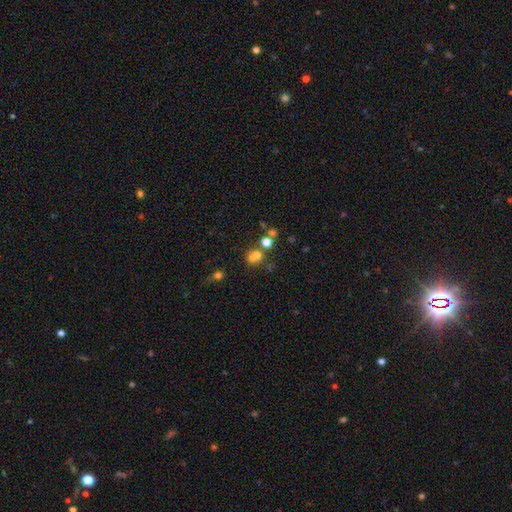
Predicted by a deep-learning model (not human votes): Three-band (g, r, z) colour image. It shows a smooth galaxy with no disk features (61%) that is round (79%). Merging: merger (48%).